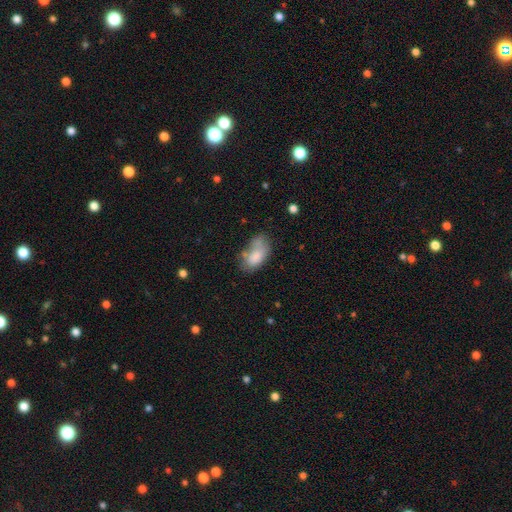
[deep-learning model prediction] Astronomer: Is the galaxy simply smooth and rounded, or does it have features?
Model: smooth — 77%.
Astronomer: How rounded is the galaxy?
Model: in between — 92%.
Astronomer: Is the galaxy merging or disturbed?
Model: none — 41% (runner-up: minor disturbance, 29%).